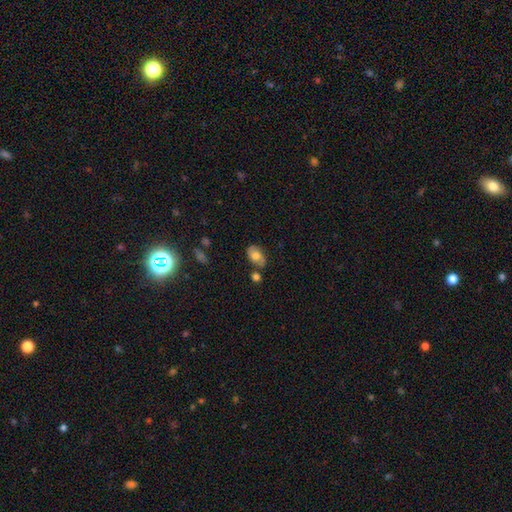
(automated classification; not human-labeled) smooth 54%, featured or disk 37%, star or artifact 8%. Down the decision tree: how rounded — in between (89%); merging — none (68%).